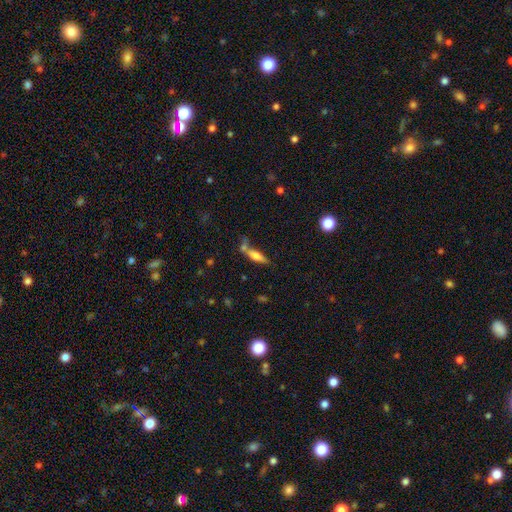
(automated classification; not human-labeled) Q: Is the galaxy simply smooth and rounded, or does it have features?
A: smooth — 64%.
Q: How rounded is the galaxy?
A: cigar-shaped — 49%.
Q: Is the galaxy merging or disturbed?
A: none — 44%.